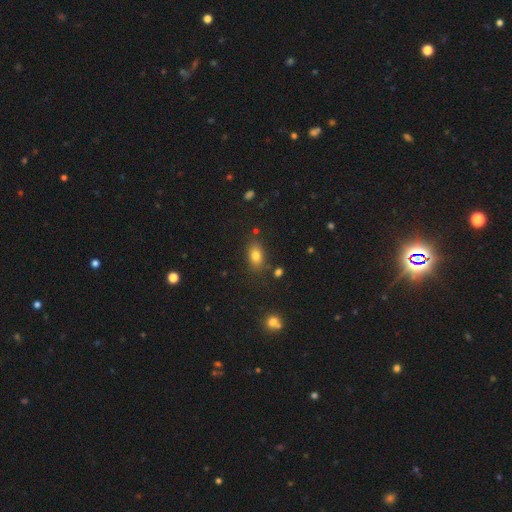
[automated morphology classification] A smooth galaxy with no disk features (78%) that is in between round and cigar-shaped (82%). Merging: none (79%).